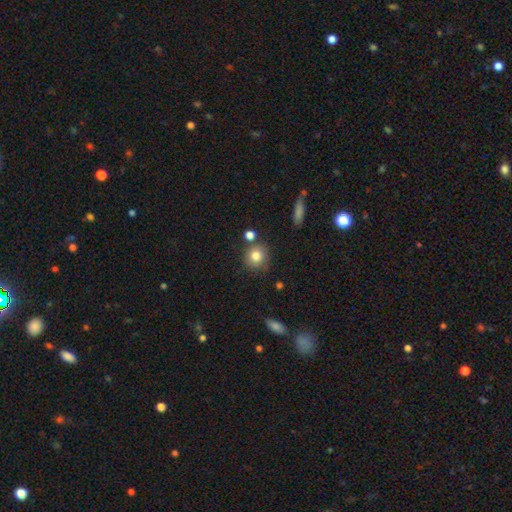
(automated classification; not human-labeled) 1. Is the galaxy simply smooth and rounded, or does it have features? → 82% smooth, 10% star or artifact, 8% featured or disk.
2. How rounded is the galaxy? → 85% round, 14% in between, 1% cigar-shaped.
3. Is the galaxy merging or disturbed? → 75% none, 12% minor disturbance, 10% merger, 3% major disturbance.